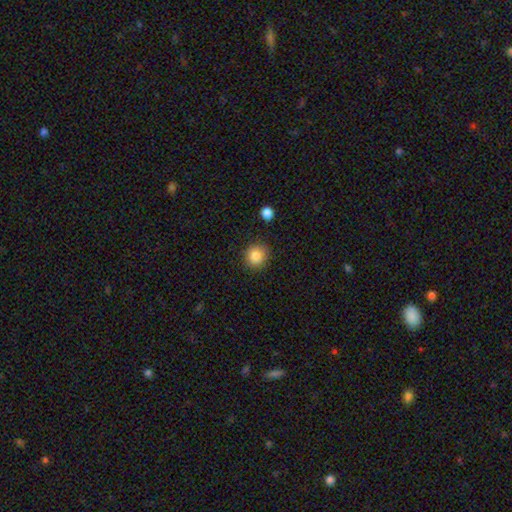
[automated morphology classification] Smooth or featured? smooth (86%)
How rounded? round (88%)
Merging? none (87%)